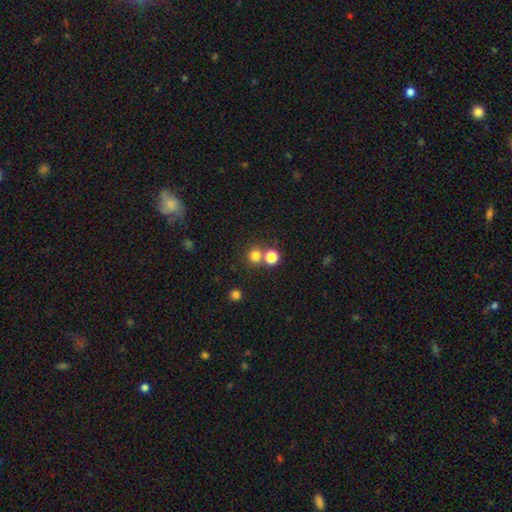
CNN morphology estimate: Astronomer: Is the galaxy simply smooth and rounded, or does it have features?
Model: smooth — 77%.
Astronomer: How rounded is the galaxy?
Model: round — 90%.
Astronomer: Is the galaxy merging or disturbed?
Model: none — 65%.